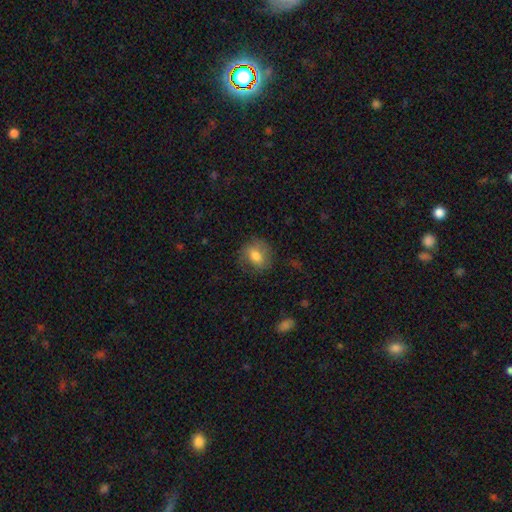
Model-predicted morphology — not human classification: The model was most divided on "how rounded": round: 56%, in between: 42%, cigar-shaped: 2%. More confident: merging — none (75%); smooth or featured — smooth (72%).